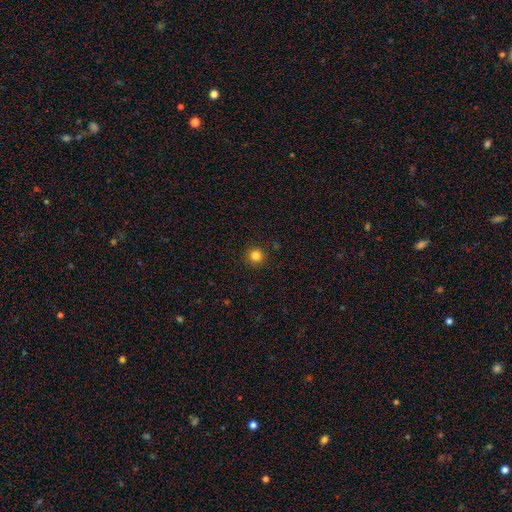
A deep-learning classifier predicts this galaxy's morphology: Smooth or featured? smooth (83%)
How rounded? round (95%)
Merging? none (91%)